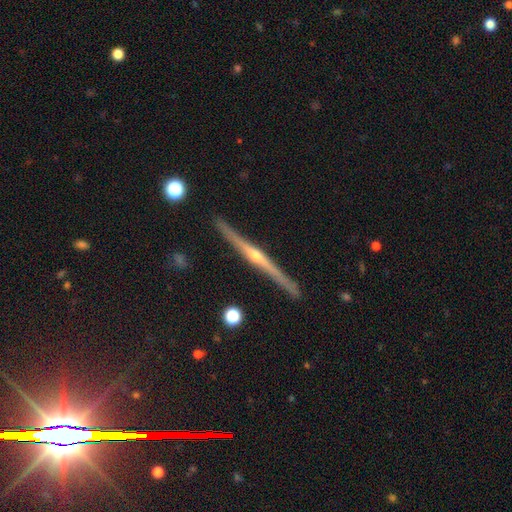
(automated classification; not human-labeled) Overall: featured or disk (86%). Edge-on disk: yes (98%). Edge-on bulge: rounded (87%). Merging: none (91%).